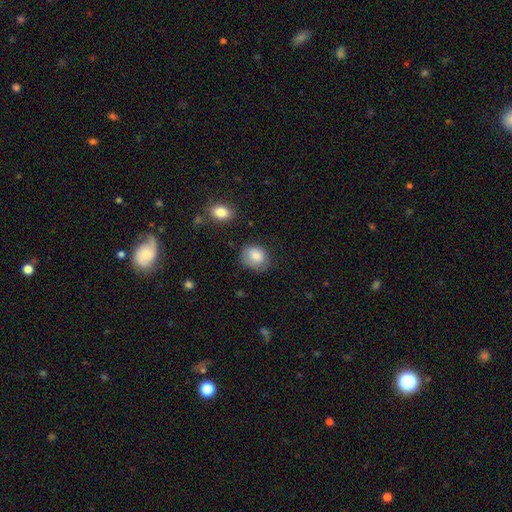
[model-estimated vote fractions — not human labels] This is clearly a smooth galaxy (82%). How rounded: possibly round (50%). Merging: likely none (66%).